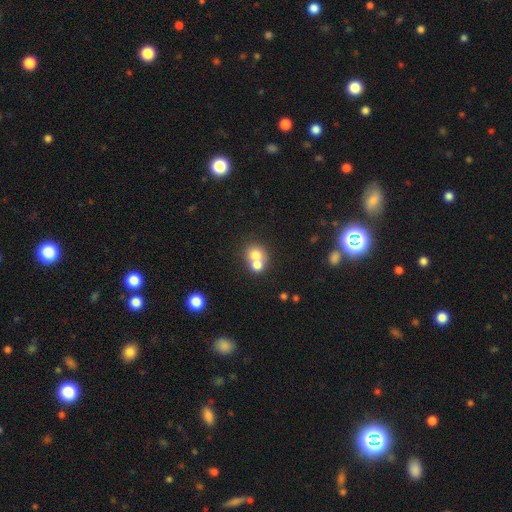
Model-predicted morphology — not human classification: type=smooth (72%); roundness=round (77%); merging=merger (62%).